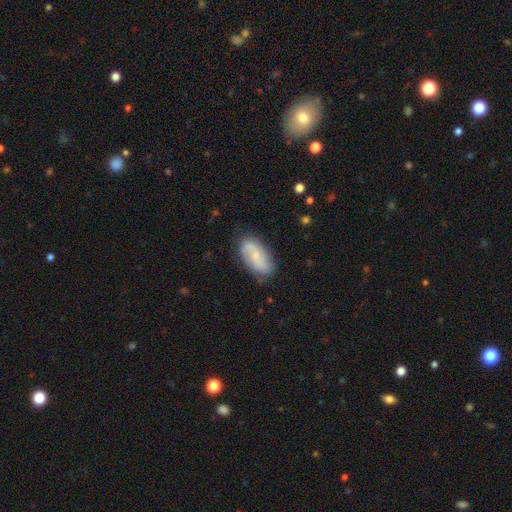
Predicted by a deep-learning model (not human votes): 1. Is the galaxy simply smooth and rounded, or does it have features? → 51% featured or disk, 41% smooth, 7% star or artifact.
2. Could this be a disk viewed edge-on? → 94% no, 6% yes.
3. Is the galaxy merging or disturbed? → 75% none, 18% minor disturbance, 4% major disturbance, 2% merger.